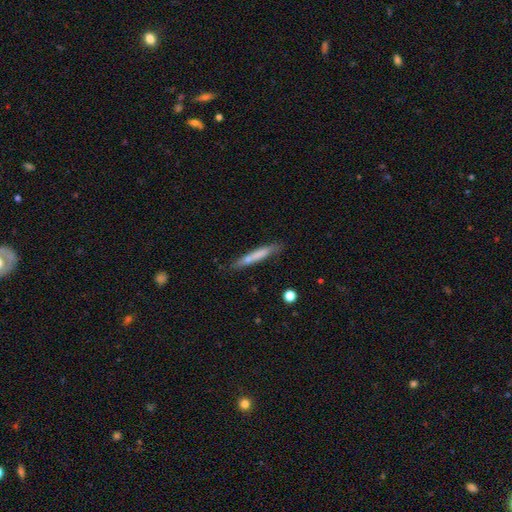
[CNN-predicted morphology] smooth-or-featured: smooth: 64% | featured or disk: 29% | star or artifact: 6%
  how-rounded: cigar-shaped: 95% | in between: 3% | round: 1%
  merging: none: 82% | minor disturbance: 14% | major disturbance: 3% | merger: 2%